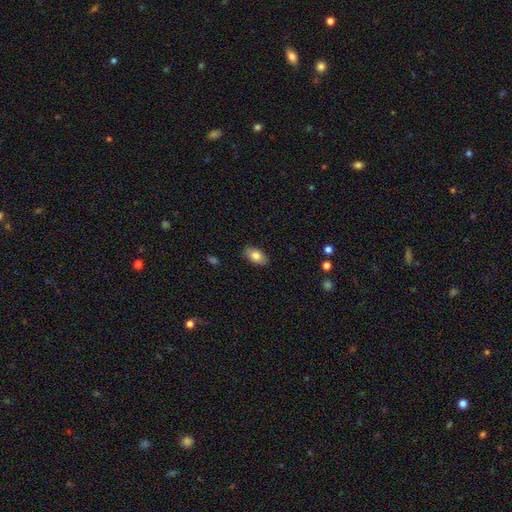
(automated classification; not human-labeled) Smooth or featured? Predicted: smooth (p=0.83). How rounded? Predicted: in between (p=0.92). Merging? Predicted: none (p=0.87).